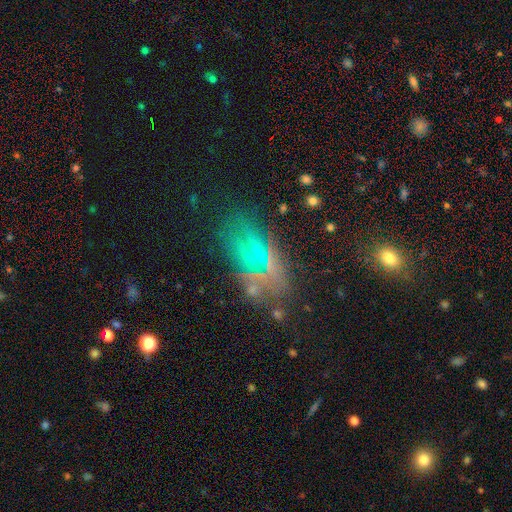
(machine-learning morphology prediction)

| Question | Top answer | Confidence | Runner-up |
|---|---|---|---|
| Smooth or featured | featured or disk | 38% | smooth (33%) |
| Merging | none | 64% | minor disturbance (20%) |